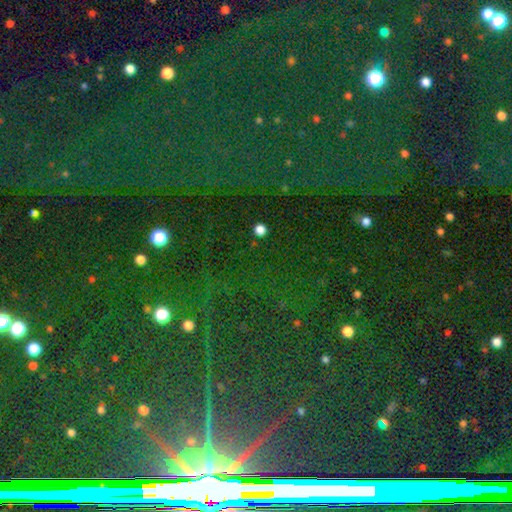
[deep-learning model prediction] Smooth or featured? Predicted: star or artifact (p=0.83).